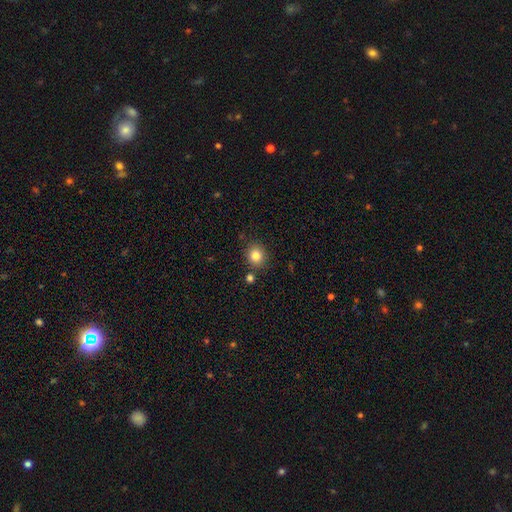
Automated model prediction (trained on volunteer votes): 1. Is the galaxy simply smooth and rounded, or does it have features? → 83% smooth, 11% star or artifact, 6% featured or disk.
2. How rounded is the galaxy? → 80% round, 20% in between, 1% cigar-shaped.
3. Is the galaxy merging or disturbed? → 82% none, 9% minor disturbance, 6% merger, 3% major disturbance.